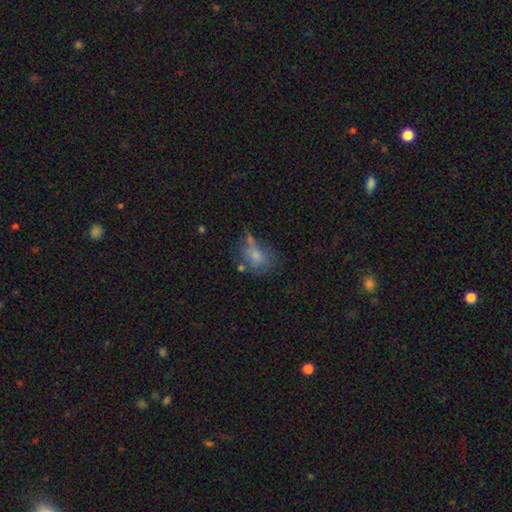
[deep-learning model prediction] Overall: smooth (68%). How rounded: in between (60%; round 38%). Merging: none (39%; minor disturbance 25%).